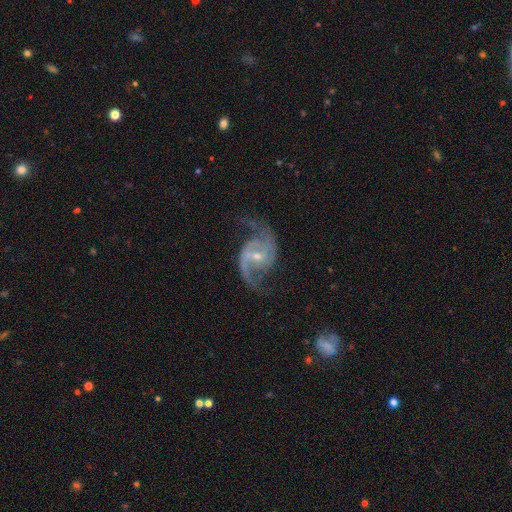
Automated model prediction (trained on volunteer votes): smooth_or_featured: featured or disk (p=0.92) [alt: star or artifact p=0.05]
disk_edge_on: no (p=0.98) [alt: yes p=0.02]
bar: weak (p=0.47) [alt: no p=0.32]
has_spiral_arms: yes (p=0.98) [alt: no p=0.02]
spiral_winding: medium (p=0.46) [alt: loose p=0.44]
spiral_arm_count: 2 (p=0.93) [alt: can't tell p=0.02]
bulge_size: small (p=0.65) [alt: moderate p=0.31]
merging: none (p=0.74) [alt: minor disturbance p=0.15]